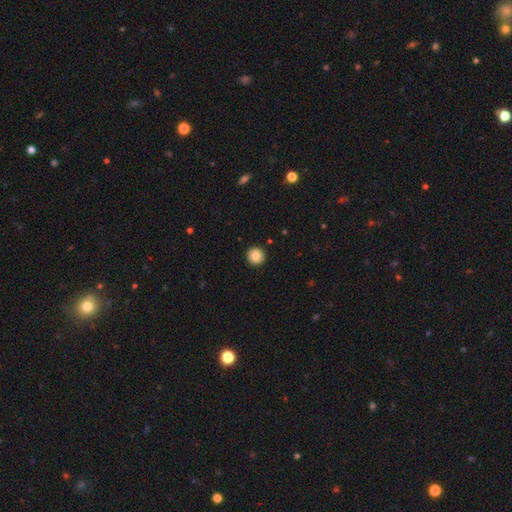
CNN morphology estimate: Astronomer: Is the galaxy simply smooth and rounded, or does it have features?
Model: smooth — 86%.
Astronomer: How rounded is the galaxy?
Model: round — 91%.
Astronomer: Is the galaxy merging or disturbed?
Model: none — 92%.